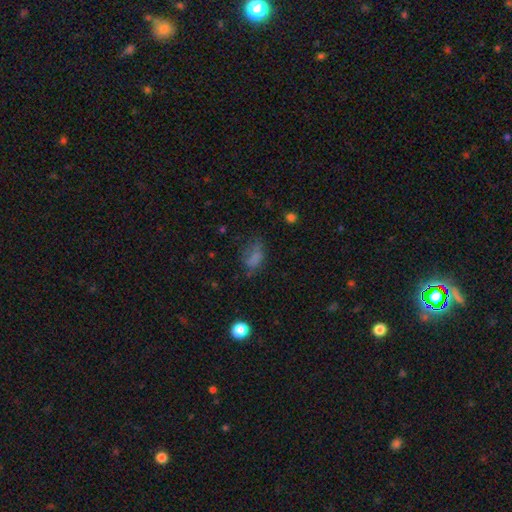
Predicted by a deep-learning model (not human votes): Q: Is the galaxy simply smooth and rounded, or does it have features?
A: smooth — 63%.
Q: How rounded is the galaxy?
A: in between — 80%.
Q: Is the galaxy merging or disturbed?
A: none — 50%.